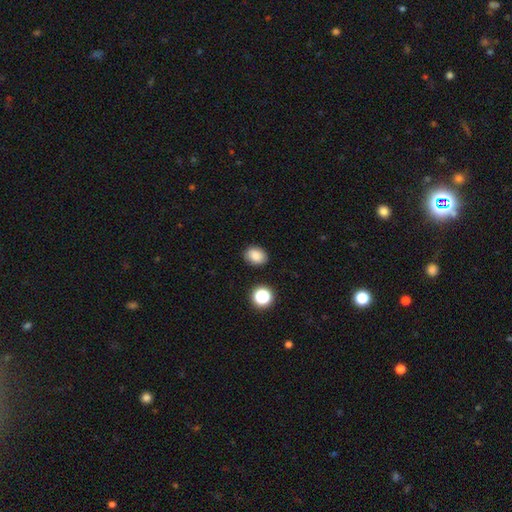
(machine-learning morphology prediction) Overall: smooth (84%). How rounded: in between (65%; round 34%). Merging: none (84%).